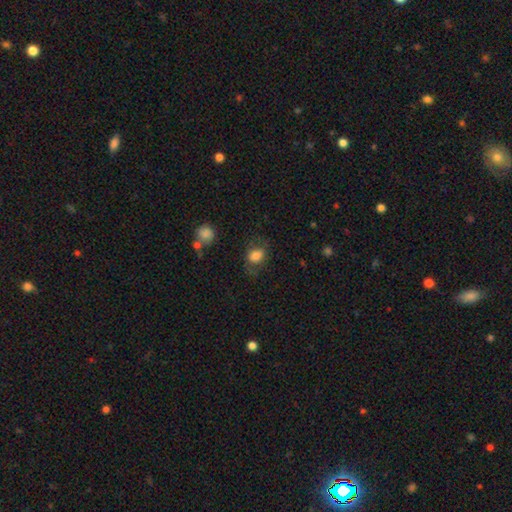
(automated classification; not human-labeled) Q: Smooth or featured?
A: smooth (76%); runner-up: featured or disk (15%)
Q: How rounded?
A: in between (59%); runner-up: round (40%)
Q: Merging?
A: none (62%); runner-up: minor disturbance (21%)